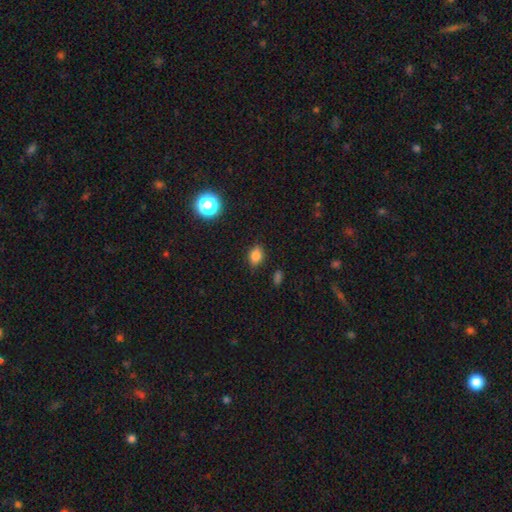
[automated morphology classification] This appears to be a smooth galaxy with no disk features (81%) that is in between round and cigar-shaped (68%). Merging: none (83%).